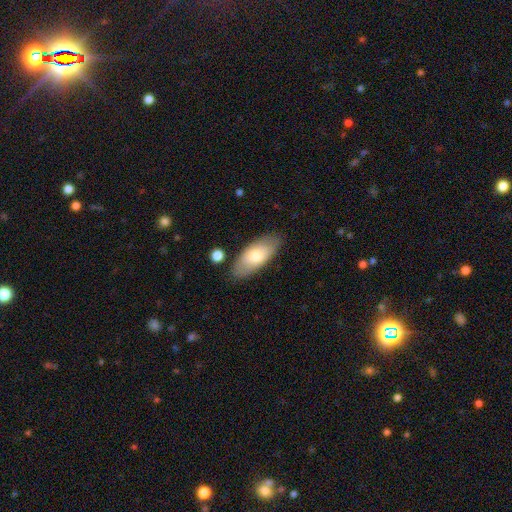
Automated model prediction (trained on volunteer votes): Smooth or featured: smooth — 69% (featured or disk — 25%)
How rounded: in between — 87% (cigar-shaped — 10%)
Merging: none — 80% (minor disturbance — 14%)